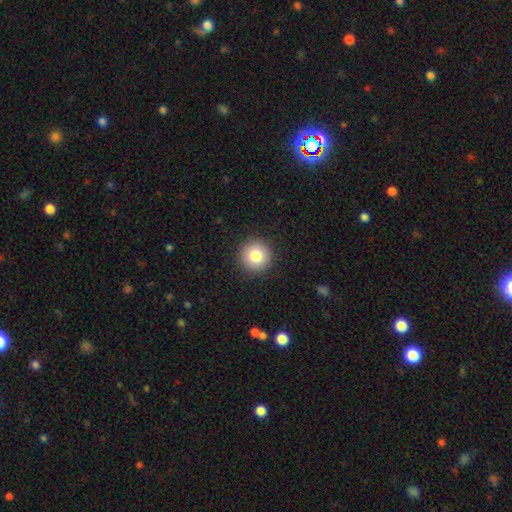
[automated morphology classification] Q: Smooth or featured?
A: smooth (81%); runner-up: star or artifact (10%)
Q: How rounded?
A: round (95%); runner-up: in between (4%)
Q: Merging?
A: none (92%); runner-up: minor disturbance (5%)